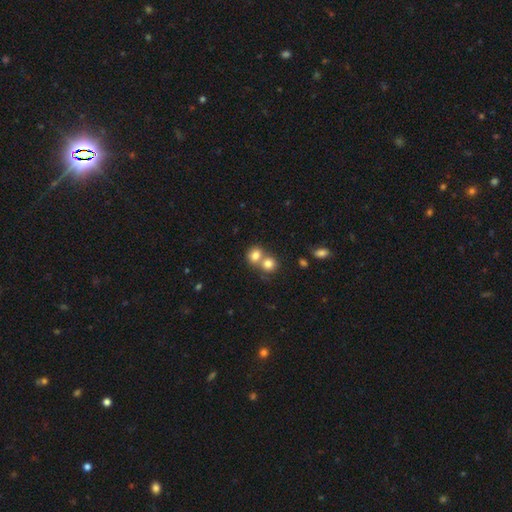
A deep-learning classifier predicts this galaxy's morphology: Overall: smooth (79%). How rounded: round (69%; in between 30%). Merging: merger (56%; none 35%).